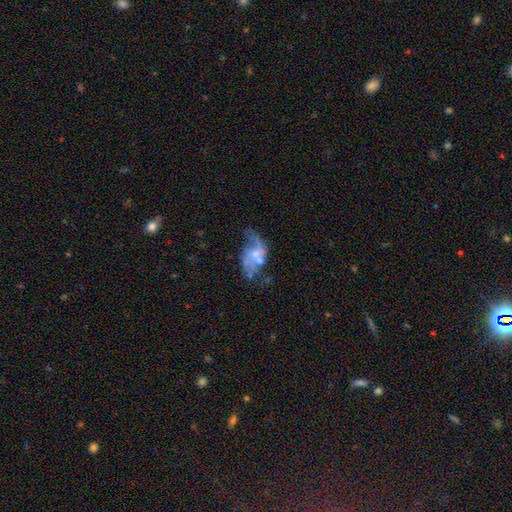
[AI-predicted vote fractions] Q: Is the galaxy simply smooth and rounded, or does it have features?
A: featured or disk — 70%.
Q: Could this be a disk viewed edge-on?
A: no — 97%.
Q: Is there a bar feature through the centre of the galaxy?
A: no — 62%.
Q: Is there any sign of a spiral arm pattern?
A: yes — 70%.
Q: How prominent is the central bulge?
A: small — 42%.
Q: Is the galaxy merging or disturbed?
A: none — 36%.